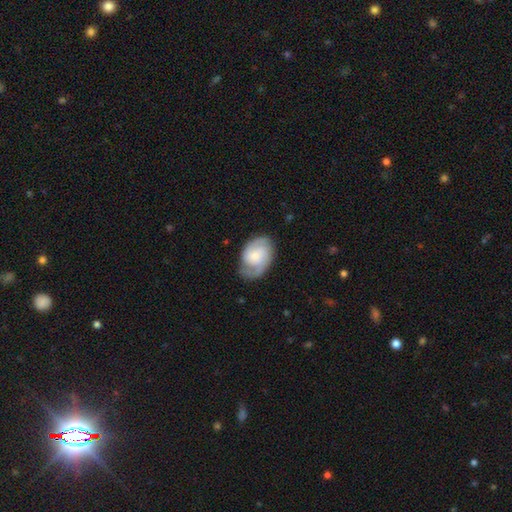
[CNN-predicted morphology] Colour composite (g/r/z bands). It shows a featured or disk galaxy (69%) with no bar (64%), 2 (74%) medium (44%) spiral arms (93%) and a small central bulge (46%). Merging: none (69%).